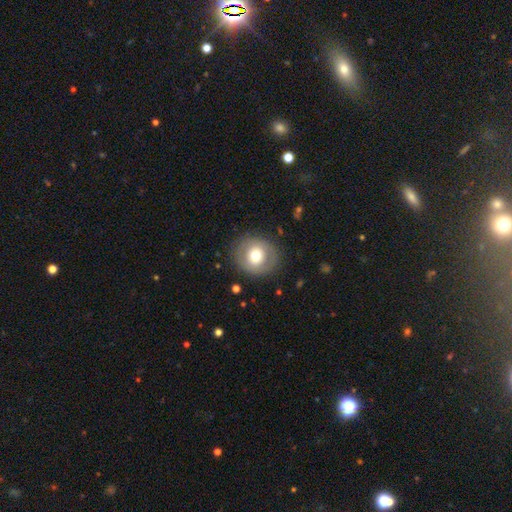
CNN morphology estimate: smooth-or-featured: smooth: 66% | featured or disk: 25% | star or artifact: 9%
  how-rounded: round: 87% | in between: 12% | cigar-shaped: 1%
  merging: none: 85% | minor disturbance: 9% | major disturbance: 4% | merger: 1%